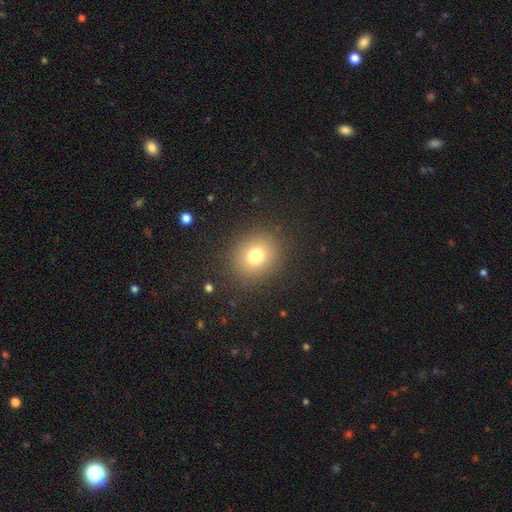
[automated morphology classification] The model was most divided on "how rounded": round: 77%, in between: 22%, cigar-shaped: 1%. More confident: merging — none (89%); smooth or featured — smooth (75%).